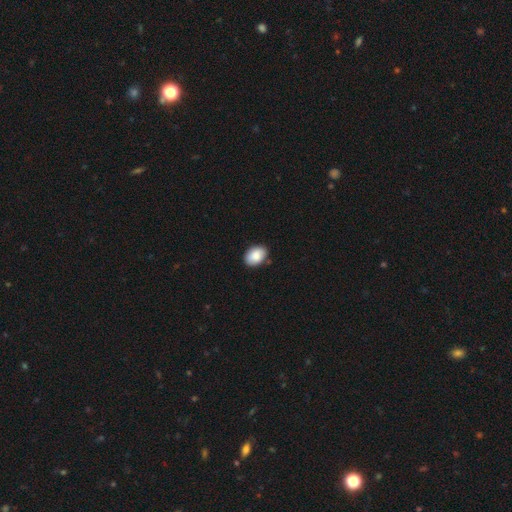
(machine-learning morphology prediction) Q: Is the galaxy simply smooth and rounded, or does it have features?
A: smooth — 87%.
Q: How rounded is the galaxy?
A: in between — 82%.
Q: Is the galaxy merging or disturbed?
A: none — 83%.